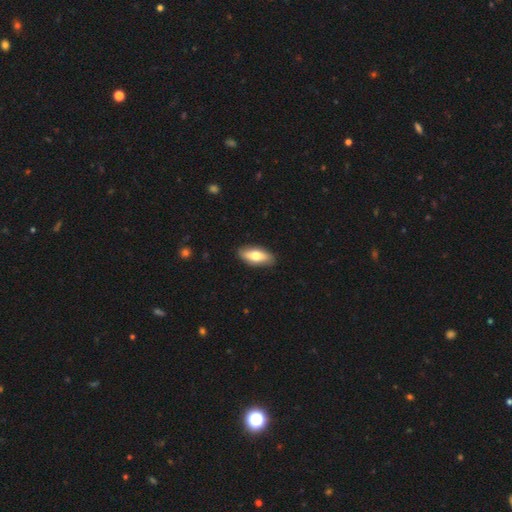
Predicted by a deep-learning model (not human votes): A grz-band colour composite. It shows a smooth galaxy with no disk features (69%) that is in between round and cigar-shaped (82%). Merging: none (88%).